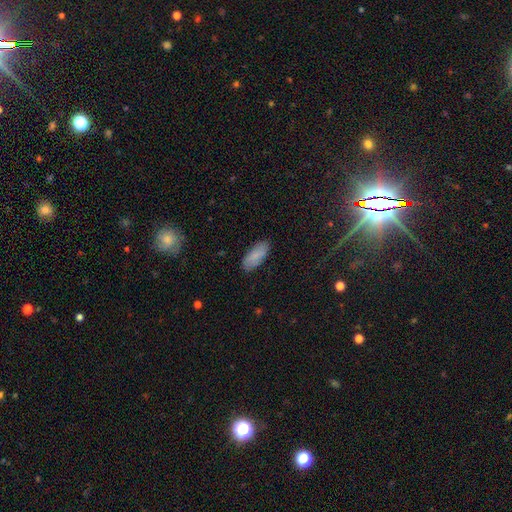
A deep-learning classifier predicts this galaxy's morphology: A smooth galaxy with no disk features (80%) that is in between round and cigar-shaped (82%). Merging: none (85%).